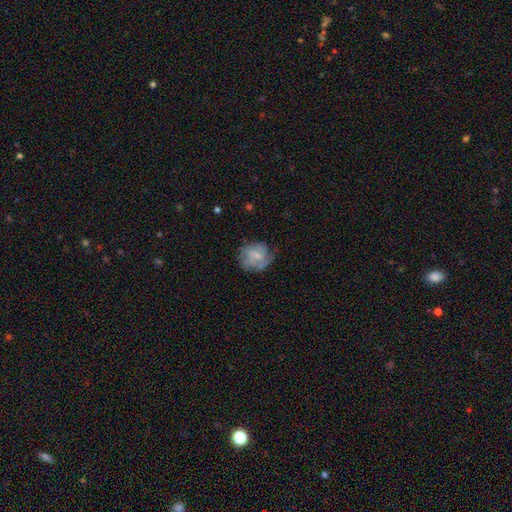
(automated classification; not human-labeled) Q: Smooth or featured?
A: featured or disk (56%); runner-up: smooth (37%)
Q: Edge-on disk?
A: no (98%); runner-up: yes (2%)
Q: Bar?
A: no (47%); runner-up: weak (45%)
Q: Spiral arms?
A: yes (80%); runner-up: no (20%)
Q: Bulge size?
A: small (54%); runner-up: moderate (26%)
Q: Merging?
A: none (61%); runner-up: minor disturbance (25%)